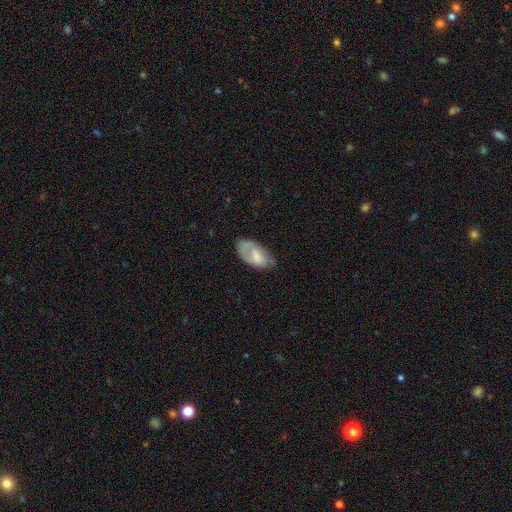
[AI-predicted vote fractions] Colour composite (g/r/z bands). It shows a smooth galaxy with no disk features (51%) that is in between round and cigar-shaped (93%). Merging: none (57%).